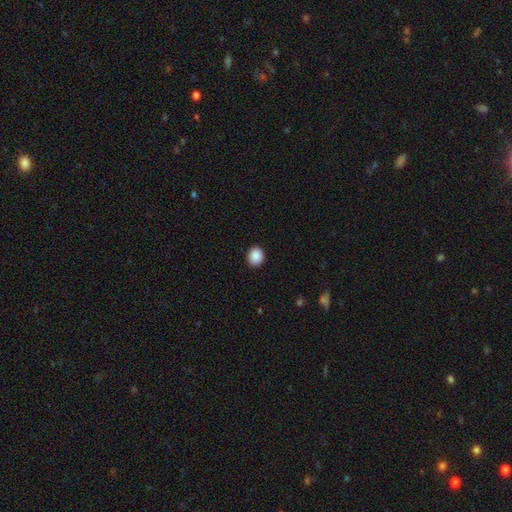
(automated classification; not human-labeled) This is clearly a smooth galaxy (89%). How rounded: likely round (74%). Merging: clearly none (91%).